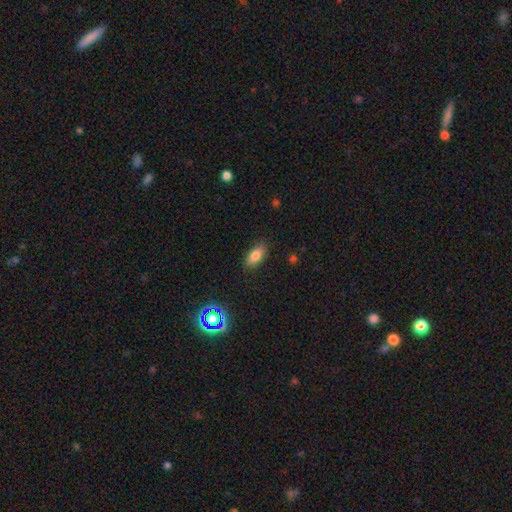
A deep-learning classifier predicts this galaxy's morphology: Smooth or featured? smooth (81%)
How rounded? in between (85%)
Merging? none (86%)